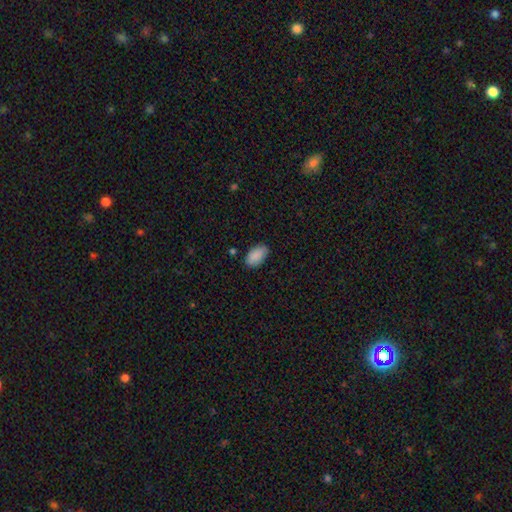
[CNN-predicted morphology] smooth 89%, star or artifact 7%, featured or disk 4%. Down the decision tree: how rounded — in between (94%); merging — none (82%).